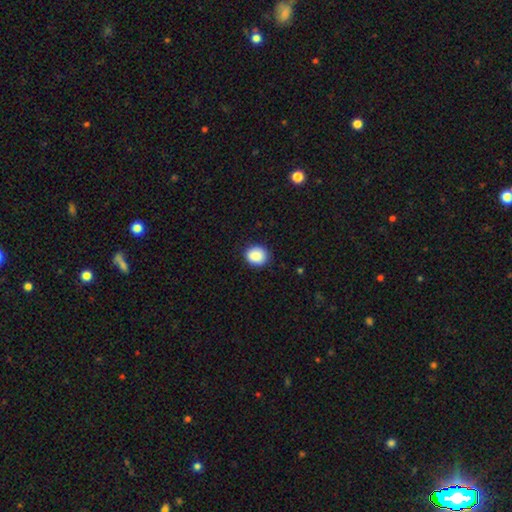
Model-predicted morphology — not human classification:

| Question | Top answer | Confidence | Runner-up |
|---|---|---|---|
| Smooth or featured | smooth | 89% | star or artifact (8%) |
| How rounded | round | 75% | in between (24%) |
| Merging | none | 88% | minor disturbance (9%) |